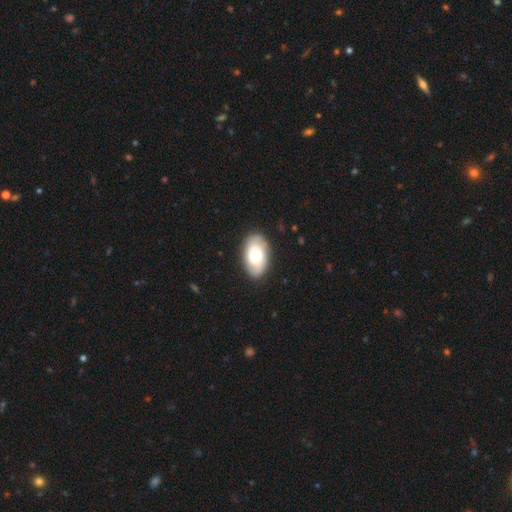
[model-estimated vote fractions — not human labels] The model was most divided on "smooth or featured": smooth: 52%, featured or disk: 42%, star or artifact: 6%. More confident: how rounded — in between (93%); merging — none (84%).